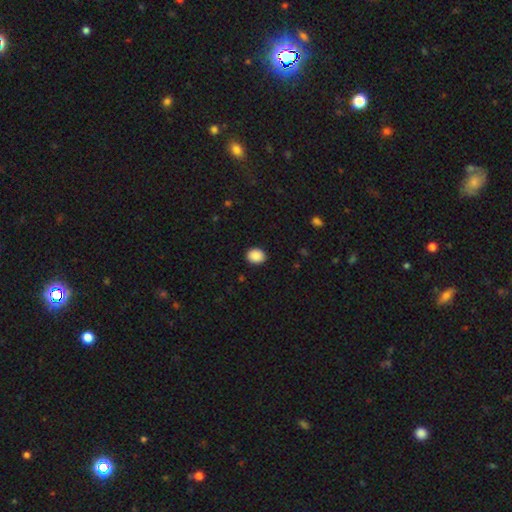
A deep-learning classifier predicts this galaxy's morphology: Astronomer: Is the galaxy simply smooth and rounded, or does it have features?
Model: smooth — 89%.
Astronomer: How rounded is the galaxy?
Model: round — 51% (runner-up: in between, 48%).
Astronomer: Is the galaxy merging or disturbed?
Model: none — 91%.